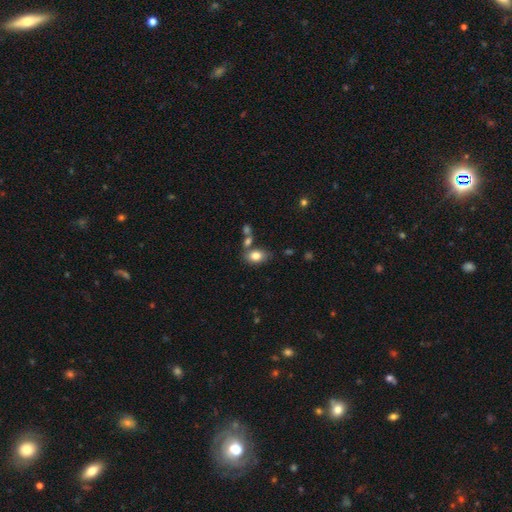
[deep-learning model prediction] smooth 80%, featured or disk 11%, star or artifact 9%. Down the decision tree: how rounded — in between (82%); merging — none (62%).